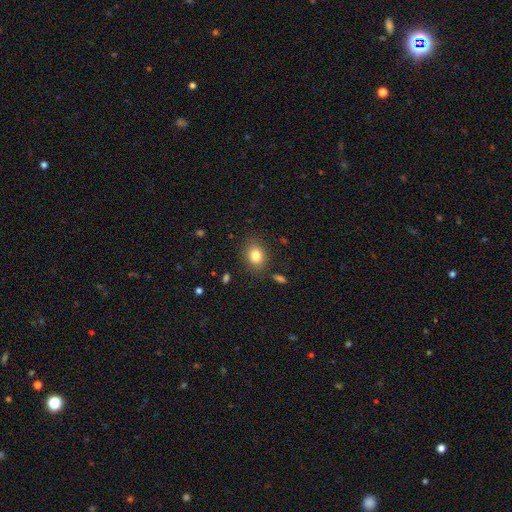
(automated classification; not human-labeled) Q: Smooth or featured?
A: smooth (82%); runner-up: star or artifact (10%)
Q: How rounded?
A: in between (56%); runner-up: round (43%)
Q: Merging?
A: none (84%); runner-up: minor disturbance (10%)